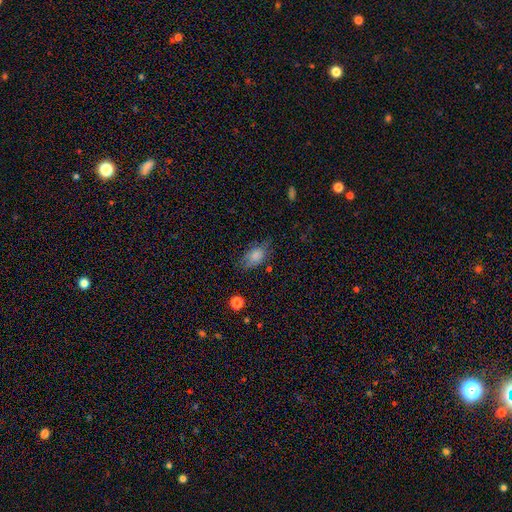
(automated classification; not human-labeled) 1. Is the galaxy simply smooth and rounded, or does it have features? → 77% smooth, 13% featured or disk, 10% star or artifact.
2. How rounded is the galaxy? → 86% in between, 10% round, 4% cigar-shaped.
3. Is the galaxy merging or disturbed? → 61% none, 27% minor disturbance, 10% major disturbance, 2% merger.